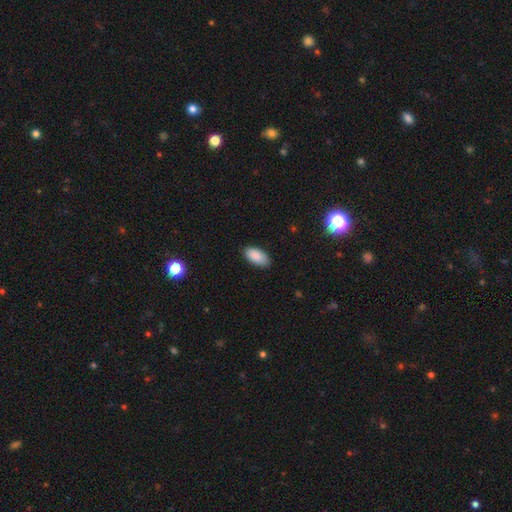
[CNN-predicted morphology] Smooth or featured: smooth — 89% (star or artifact — 7%)
How rounded: in between — 94% (cigar-shaped — 4%)
Merging: none — 85% (minor disturbance — 12%)